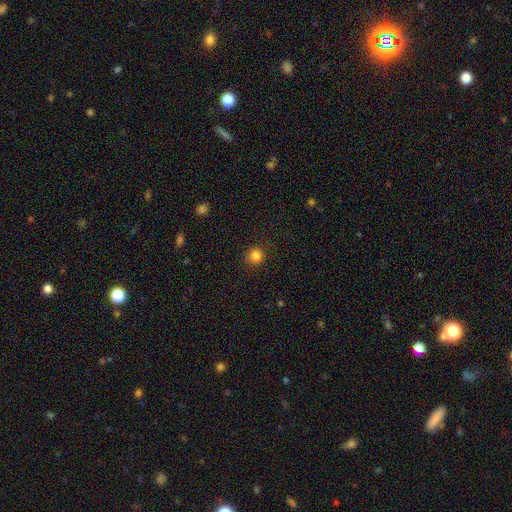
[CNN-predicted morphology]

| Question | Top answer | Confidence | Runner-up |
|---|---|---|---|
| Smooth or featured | smooth | 84% | star or artifact (12%) |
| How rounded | round | 93% | in between (6%) |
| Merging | none | 91% | minor disturbance (6%) |